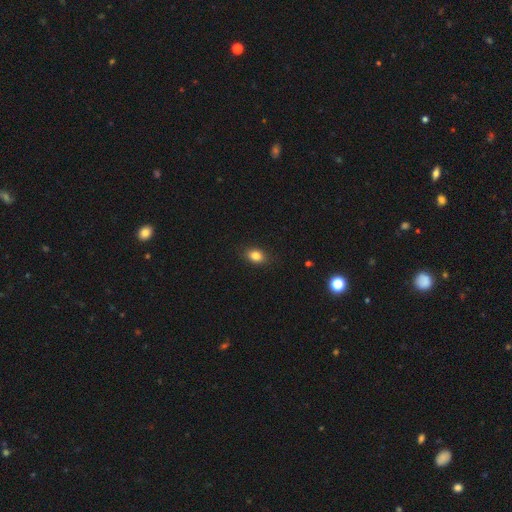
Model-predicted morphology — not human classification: Smooth or featured? smooth (83%)
How rounded? in between (74%)
Merging? none (86%)